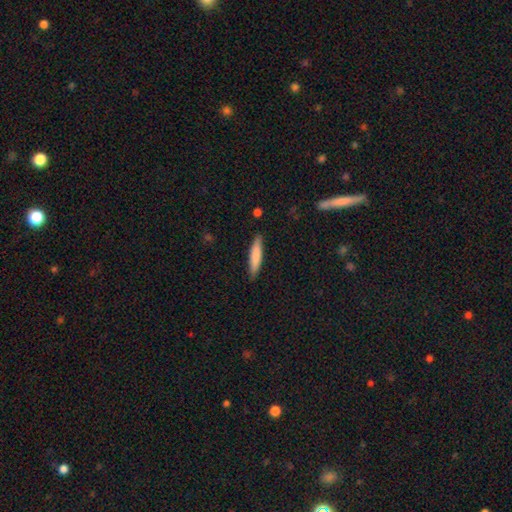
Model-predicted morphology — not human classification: Smooth or featured?
  - smooth: 79% *
  - featured or disk: 15%
  - star or artifact: 5%
How rounded?
  - cigar-shaped: 86% *
  - in between: 13%
  - round: 1%
Merging?
  - none: 87% *
  - minor disturbance: 10%
  - major disturbance: 2%
  - merger: 1%